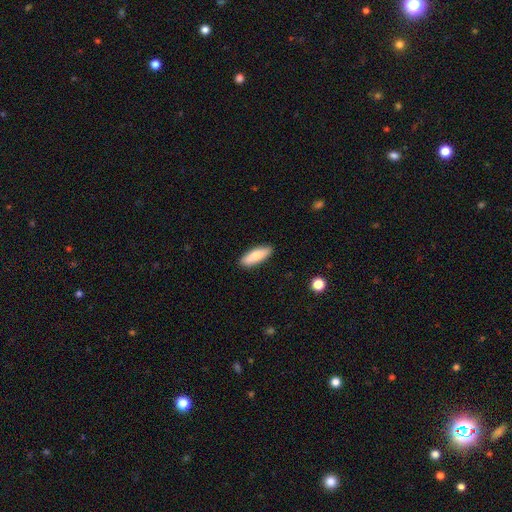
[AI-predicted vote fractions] Smooth or featured? smooth (78%)
How rounded? in between (56%)
Merging? none (89%)